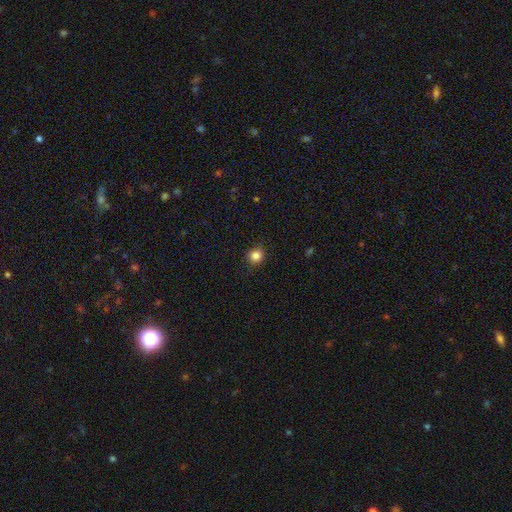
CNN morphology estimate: This appears to be a smooth galaxy with no disk features (84%) that is round (90%). Merging: none (88%).